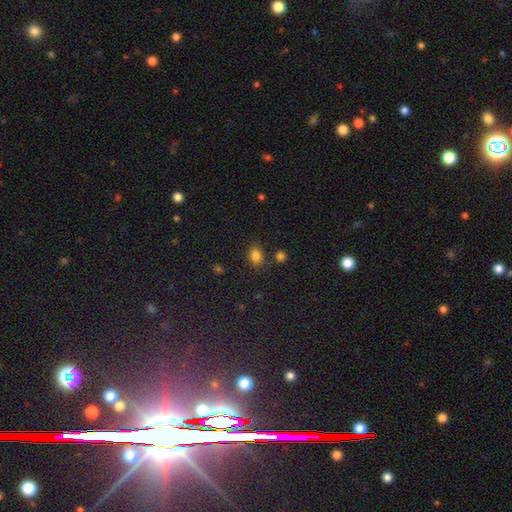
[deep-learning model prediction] Q: Smooth or featured?
A: smooth (82%); runner-up: star or artifact (13%)
Q: How rounded?
A: in between (63%); runner-up: round (36%)
Q: Merging?
A: none (76%); runner-up: minor disturbance (13%)